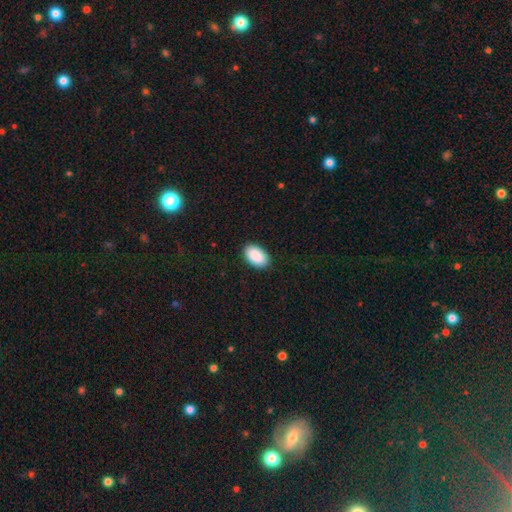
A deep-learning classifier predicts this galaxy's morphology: smooth_or_featured: smooth (p=0.91) [alt: star or artifact p=0.06]
how_rounded: in between (p=0.95) [alt: round p=0.04]
merging: none (p=0.90) [alt: minor disturbance p=0.08]